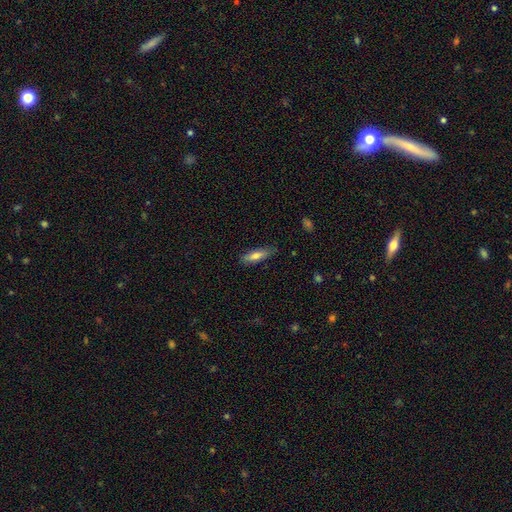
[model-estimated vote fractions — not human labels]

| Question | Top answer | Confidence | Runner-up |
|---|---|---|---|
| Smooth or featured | smooth | 70% | featured or disk (24%) |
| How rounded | cigar-shaped | 60% | in between (39%) |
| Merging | none | 78% | minor disturbance (18%) |